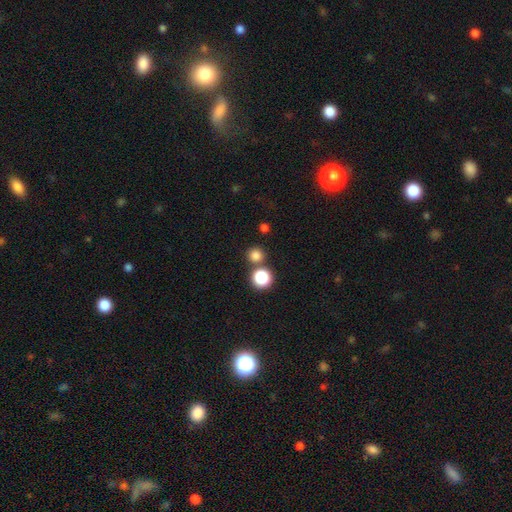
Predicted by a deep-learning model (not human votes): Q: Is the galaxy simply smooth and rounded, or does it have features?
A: smooth — 78%.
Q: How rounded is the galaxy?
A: round — 93%.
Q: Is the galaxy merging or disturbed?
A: none — 77%.